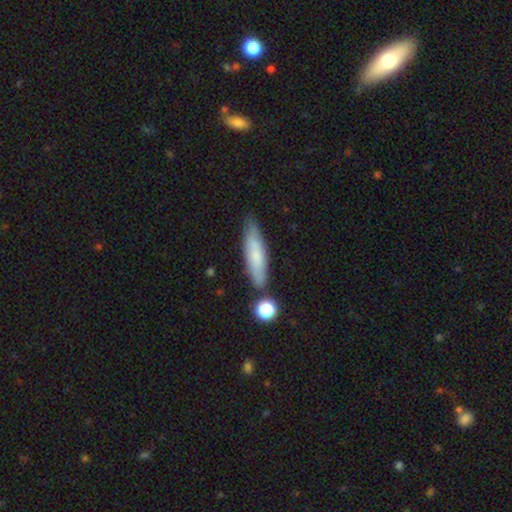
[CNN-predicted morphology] A smooth galaxy with no disk features (69%) that is cigar-shaped (73%).

Vote fractions:
- Smooth or featured? smooth: 69% / featured or disk: 25% / star or artifact: 7%
- How rounded? cigar-shaped: 73% / in between: 25% / round: 2%
- Merging? none: 73% / minor disturbance: 17% / merger: 7% / major disturbance: 3%